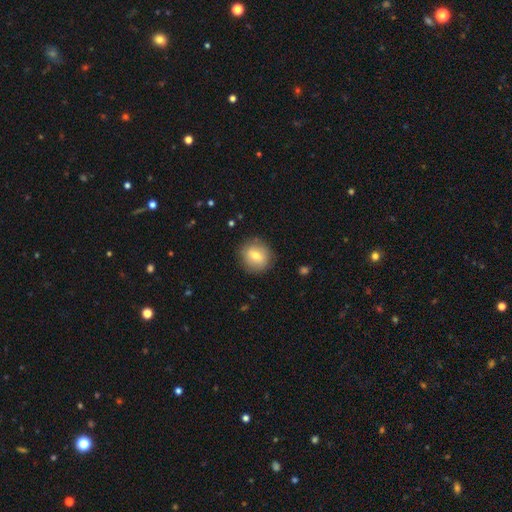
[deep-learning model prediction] Smooth or featured: smooth — 68% (featured or disk — 24%)
How rounded: round — 84% (in between — 15%)
Merging: none — 86% (minor disturbance — 10%)